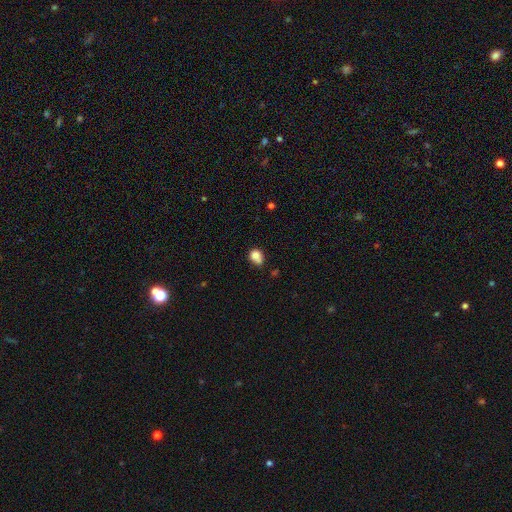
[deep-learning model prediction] Smooth or featured? smooth (79%)
How rounded? round (57%)
Merging? none (45%)